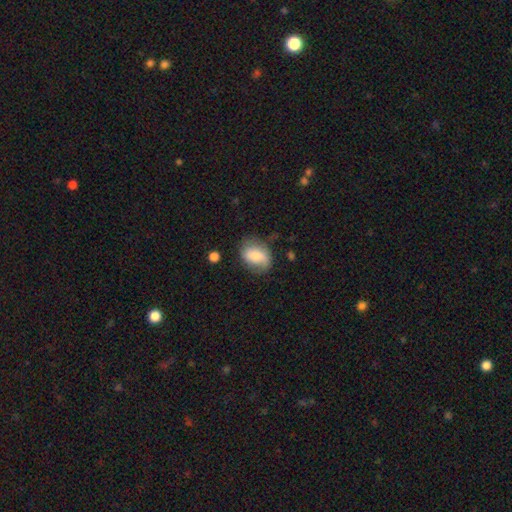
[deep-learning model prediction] A smooth galaxy with no disk features (66%) that is in between round and cigar-shaped (69%).

Vote fractions:
- Smooth or featured? smooth: 66% / featured or disk: 26% / star or artifact: 7%
- How rounded? in between: 69% / round: 30% / cigar-shaped: 1%
- Merging? none: 66% / minor disturbance: 24% / major disturbance: 8% / merger: 2%